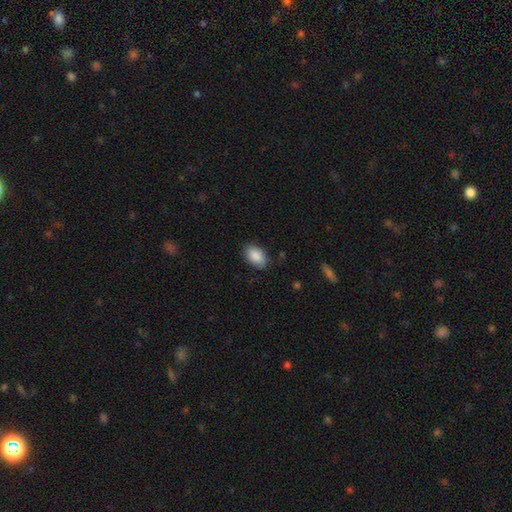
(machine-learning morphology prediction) This appears to be a smooth galaxy with no disk features (89%) that is in between round and cigar-shaped (91%). Merging: none (84%).